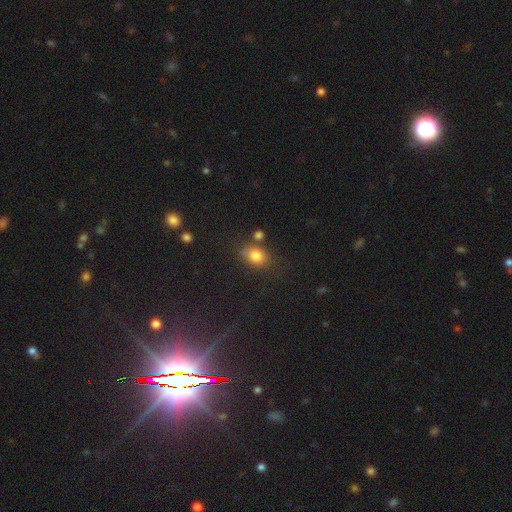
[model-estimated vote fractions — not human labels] smooth_or_featured: smooth (p=0.80) [alt: star or artifact p=0.13]
how_rounded: in between (p=0.56) [alt: round p=0.43]
merging: none (p=0.62) [alt: minor disturbance p=0.19]